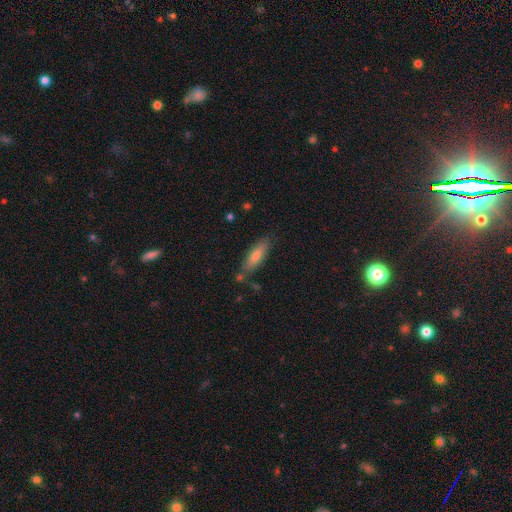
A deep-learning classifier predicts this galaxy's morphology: The model was most divided on "how rounded": cigar-shaped: 58%, in between: 40%, round: 2%. More confident: merging — none (76%); smooth or featured — smooth (72%).